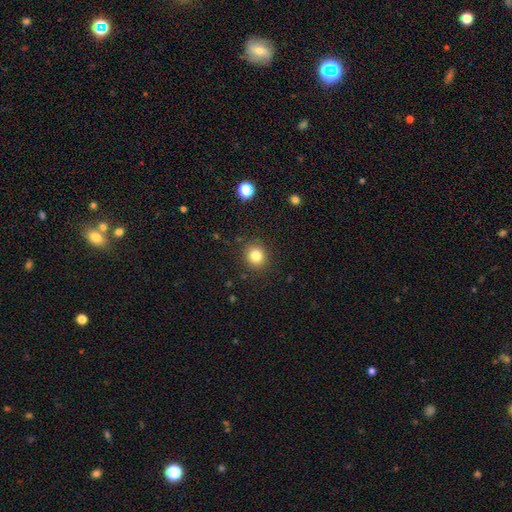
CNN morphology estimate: Smooth or featured: smooth — 82% (star or artifact — 12%)
How rounded: round — 82% (in between — 17%)
Merging: none — 88% (minor disturbance — 8%)